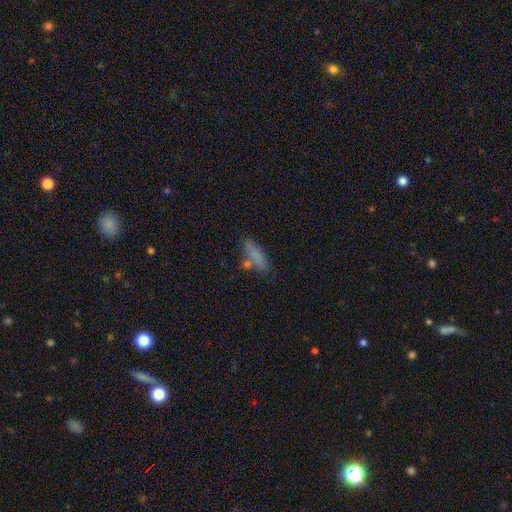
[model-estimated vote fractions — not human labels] This is likely a smooth galaxy (75%). How rounded: possibly cigar-shaped (50%). Merging: likely none (63%).